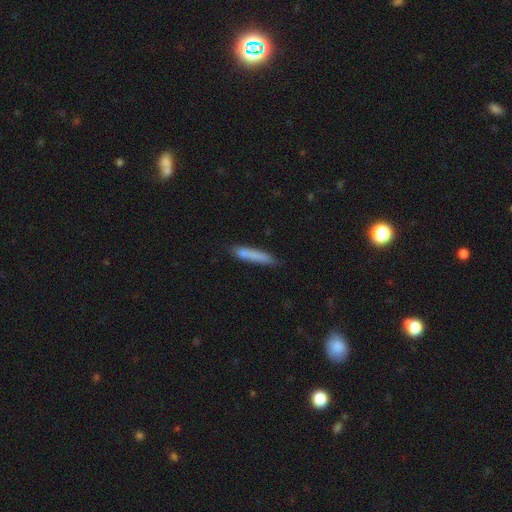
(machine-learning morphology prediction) Q: Smooth or featured?
A: smooth (79%); runner-up: featured or disk (14%)
Q: How rounded?
A: cigar-shaped (90%); runner-up: in between (9%)
Q: Merging?
A: none (73%); runner-up: minor disturbance (20%)